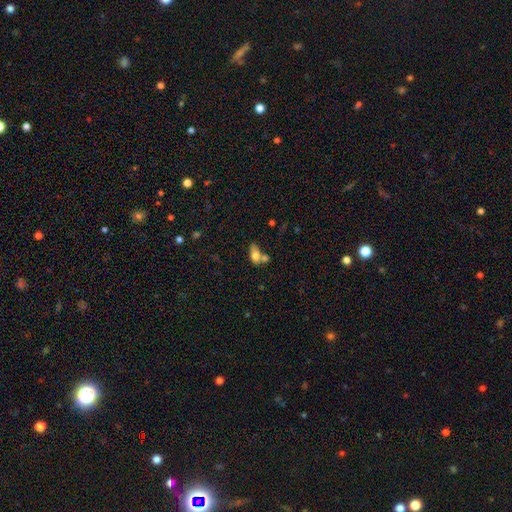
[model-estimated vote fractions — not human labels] Smooth or featured? Predicted: smooth (p=0.71). How rounded? Predicted: in between (p=0.80). Merging? Predicted: merger (p=0.43).